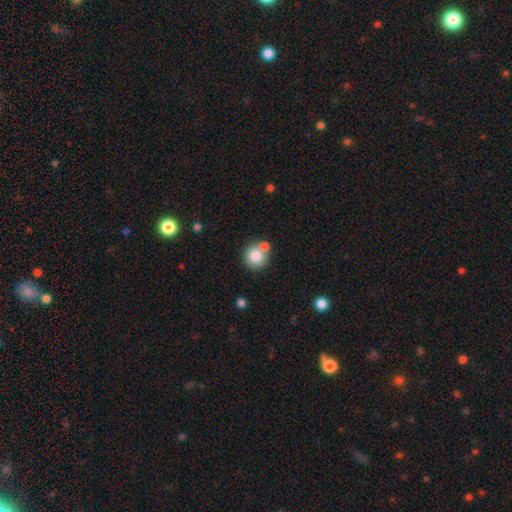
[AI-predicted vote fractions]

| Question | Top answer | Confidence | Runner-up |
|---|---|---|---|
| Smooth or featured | smooth | 81% | star or artifact (9%) |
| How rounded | round | 90% | in between (9%) |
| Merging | none | 62% | merger (25%) |